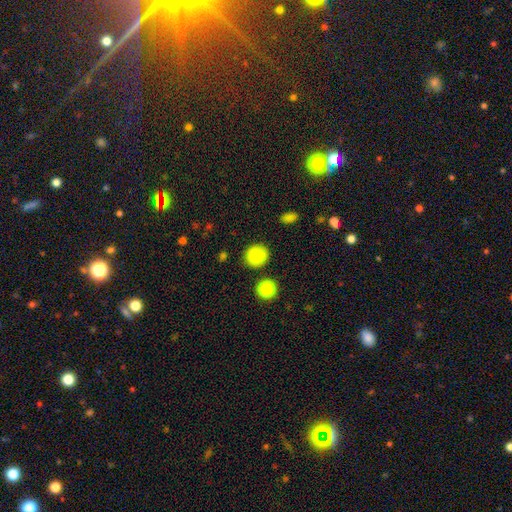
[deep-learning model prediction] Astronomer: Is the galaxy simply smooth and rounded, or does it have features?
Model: smooth — 85%.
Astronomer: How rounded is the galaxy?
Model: round — 87%.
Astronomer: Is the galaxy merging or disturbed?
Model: none — 85%.